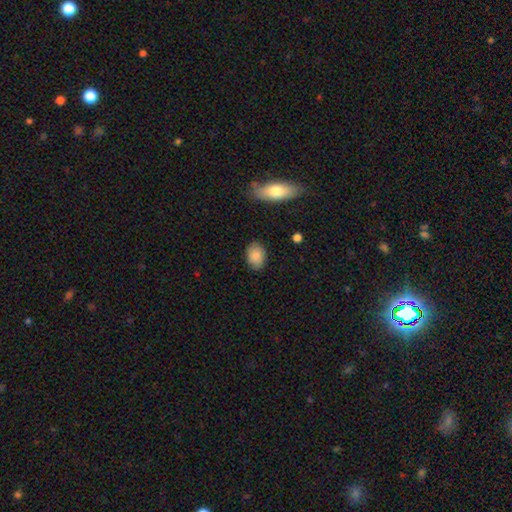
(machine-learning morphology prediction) smooth_or_featured: smooth (p=0.87) [alt: star or artifact p=0.07]
how_rounded: in between (p=0.81) [alt: round p=0.18]
merging: none (p=0.84) [alt: minor disturbance p=0.12]